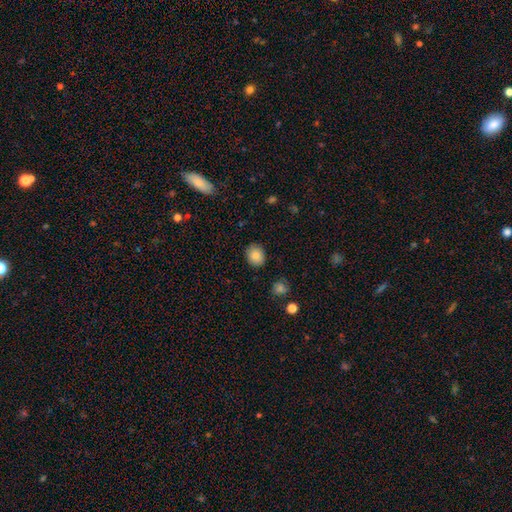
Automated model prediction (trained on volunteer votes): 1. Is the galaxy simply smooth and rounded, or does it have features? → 85% smooth, 9% star or artifact, 6% featured or disk.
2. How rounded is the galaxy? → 58% round, 41% in between, 1% cigar-shaped.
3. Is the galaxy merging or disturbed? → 87% none, 9% minor disturbance, 2% major disturbance, 1% merger.